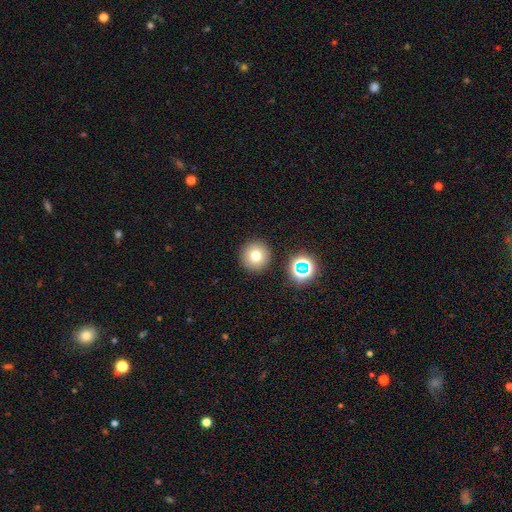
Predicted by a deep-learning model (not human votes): This is likely a smooth galaxy (74%). How rounded: clearly round (95%). Merging: clearly none (89%).